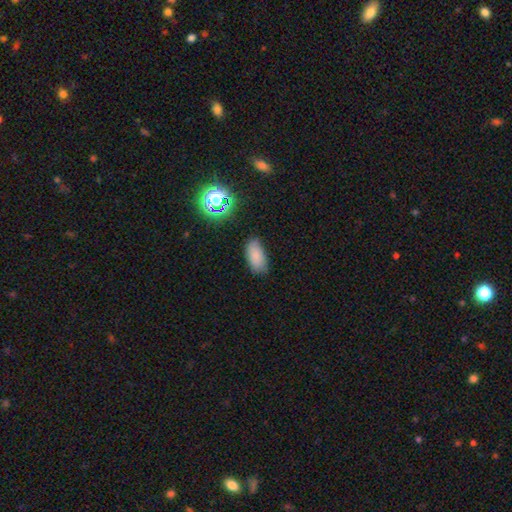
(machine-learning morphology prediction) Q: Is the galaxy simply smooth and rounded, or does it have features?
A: smooth — 79%.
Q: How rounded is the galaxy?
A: in between — 92%.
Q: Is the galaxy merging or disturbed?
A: none — 75%.